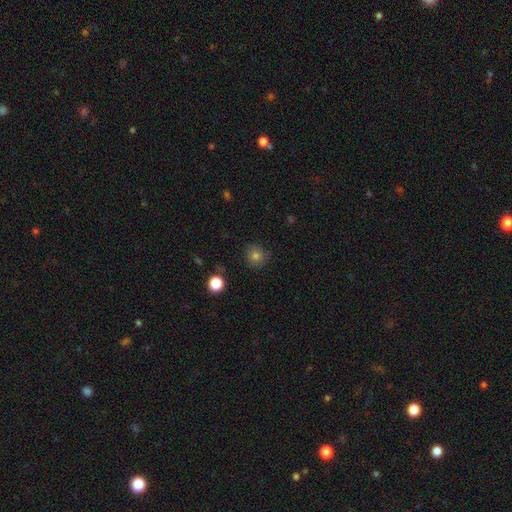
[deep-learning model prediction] smooth 79%, star or artifact 14%, featured or disk 7%. Down the decision tree: how rounded — round (91%); merging — none (83%).